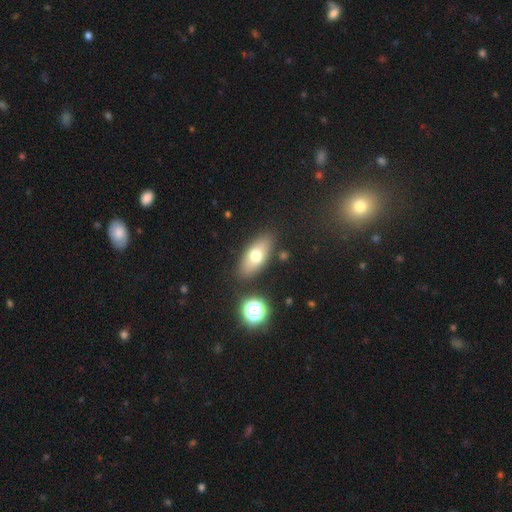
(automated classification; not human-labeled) A smooth galaxy with no disk features (68%) that is in between round and cigar-shaped (81%). Merging: none (83%).